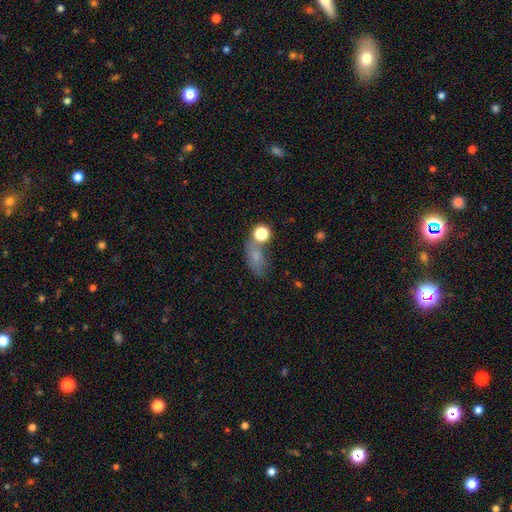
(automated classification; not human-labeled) A smooth galaxy with no disk features (63%) that is in between round and cigar-shaped (73%). Merging: none (45%).